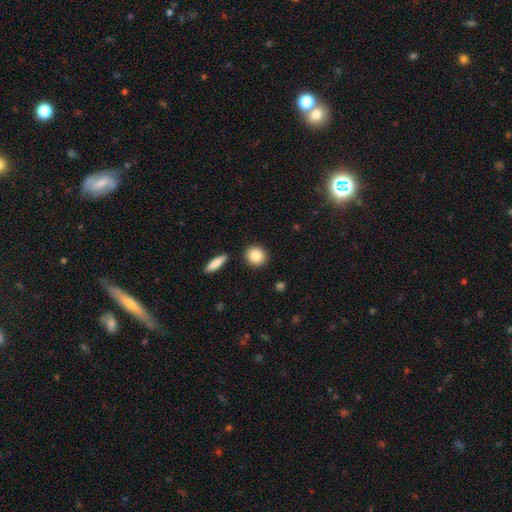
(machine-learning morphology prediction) Q: Smooth or featured?
A: smooth (85%); runner-up: featured or disk (8%)
Q: How rounded?
A: round (79%); runner-up: in between (19%)
Q: Merging?
A: none (88%); runner-up: minor disturbance (6%)